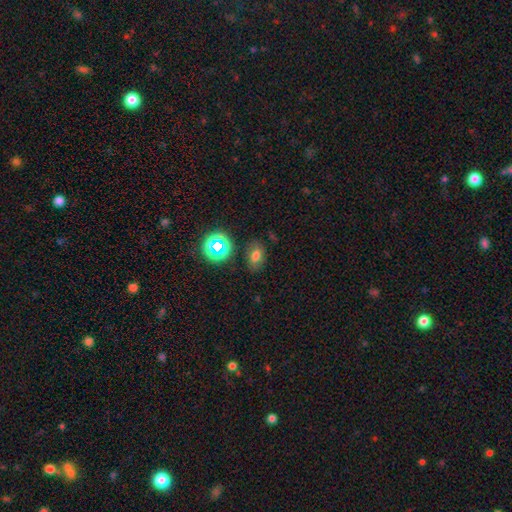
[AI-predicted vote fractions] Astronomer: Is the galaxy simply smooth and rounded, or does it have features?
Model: smooth — 68%.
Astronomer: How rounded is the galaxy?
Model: in between — 80%.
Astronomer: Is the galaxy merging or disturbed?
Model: none — 78%.